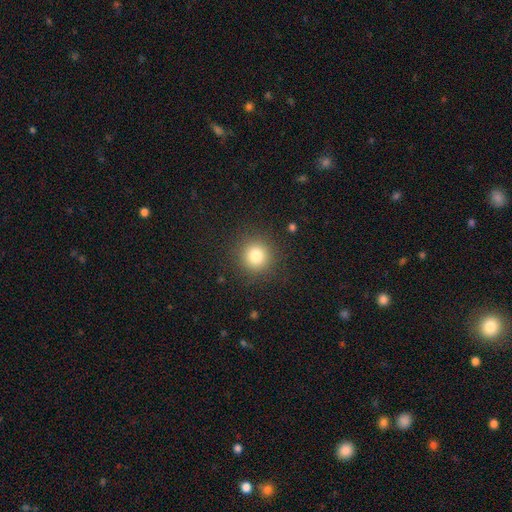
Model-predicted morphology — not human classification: Smooth or featured?
  - smooth: 80% *
  - star or artifact: 13%
  - featured or disk: 7%
How rounded?
  - round: 94% *
  - in between: 5%
  - cigar-shaped: 1%
Merging?
  - none: 90% *
  - minor disturbance: 6%
  - major disturbance: 3%
  - merger: 1%